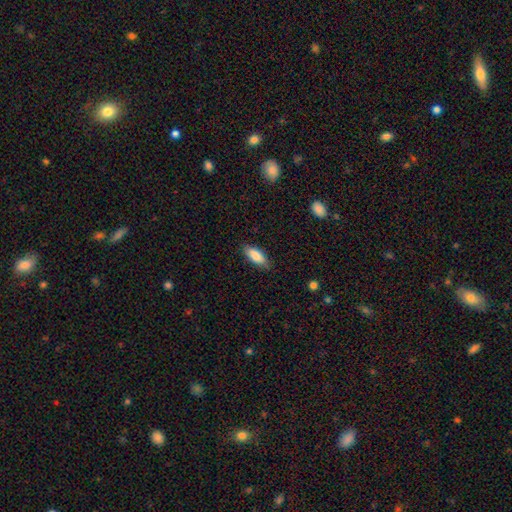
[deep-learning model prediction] smooth 86%, featured or disk 8%, star or artifact 6%. Down the decision tree: how rounded — in between (75%); merging — none (84%).